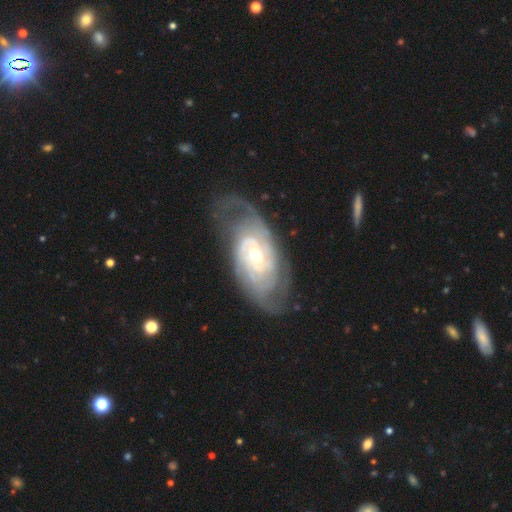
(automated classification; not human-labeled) Q: Smooth or featured?
A: featured or disk (88%); runner-up: smooth (7%)
Q: Edge-on disk?
A: no (95%); runner-up: yes (5%)
Q: Bar?
A: weak (44%); runner-up: no (41%)
Q: Spiral arms?
A: yes (96%); runner-up: no (4%)
Q: Spiral winding?
A: tight (64%); runner-up: medium (28%)
Q: Spiral arm count?
A: 2 (35%); runner-up: can't tell (31%)
Q: Bulge size?
A: moderate (57%); runner-up: small (37%)
Q: Merging?
A: none (66%); runner-up: minor disturbance (20%)